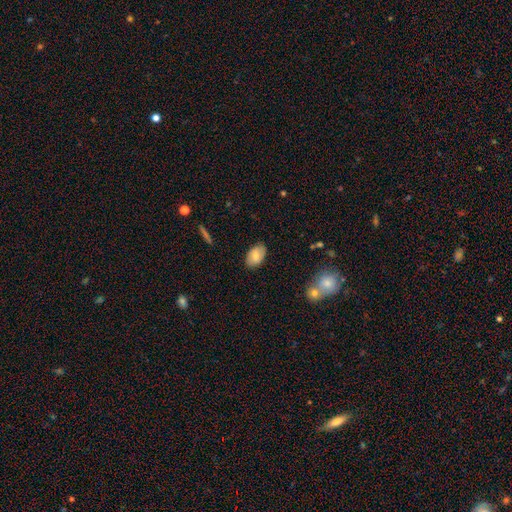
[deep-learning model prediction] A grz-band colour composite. It shows a smooth galaxy with no disk features (71%) that is in between round and cigar-shaped (92%). Merging: none (84%).